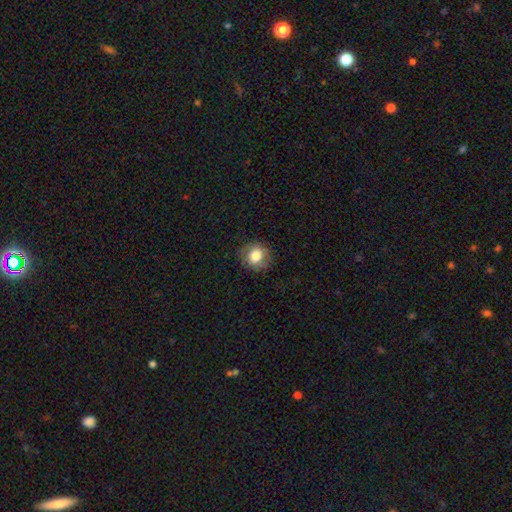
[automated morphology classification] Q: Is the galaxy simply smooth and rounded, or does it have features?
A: smooth — 80%.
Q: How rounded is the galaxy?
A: round — 81%.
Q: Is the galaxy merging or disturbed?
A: none — 84%.